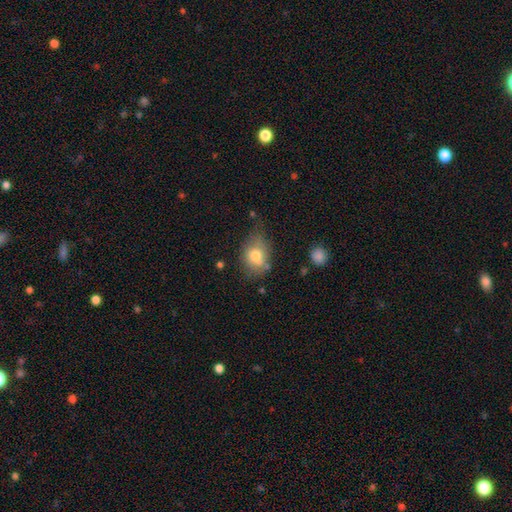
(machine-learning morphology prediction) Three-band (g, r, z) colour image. It shows a smooth galaxy with no disk features (73%) that is in between round and cigar-shaped (57%). Merging: none (50%).